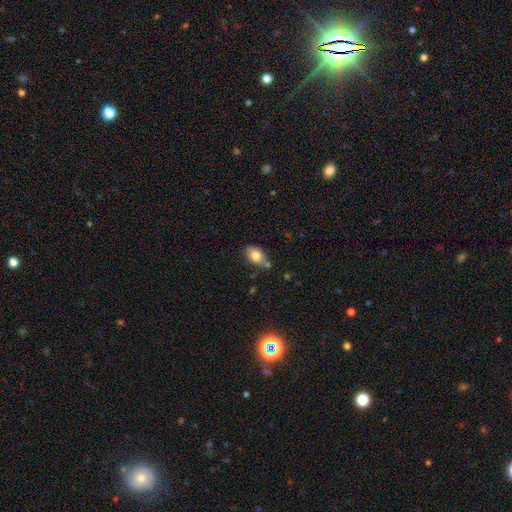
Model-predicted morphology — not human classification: This is likely a smooth galaxy (79%). How rounded: clearly in between (85%). Merging: possibly none (59%).